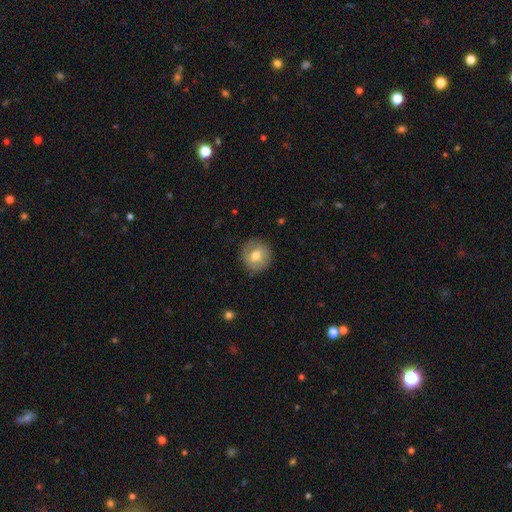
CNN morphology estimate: Smooth or featured? smooth (69%)
How rounded? round (93%)
Merging? none (86%)